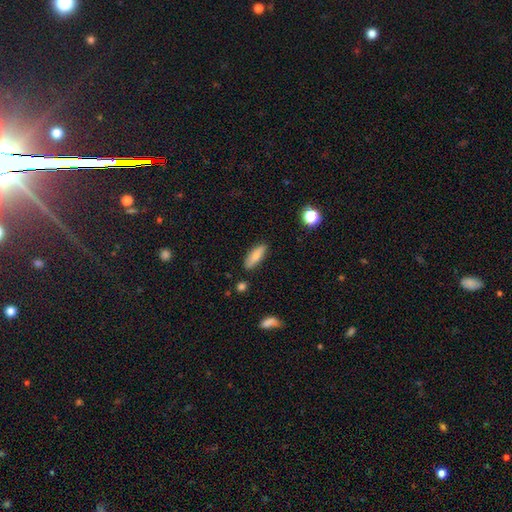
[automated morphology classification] smooth_or_featured: smooth (p=0.75) [alt: featured or disk p=0.18]
how_rounded: in between (p=0.57) [alt: cigar-shaped p=0.41]
merging: none (p=0.83) [alt: minor disturbance p=0.13]